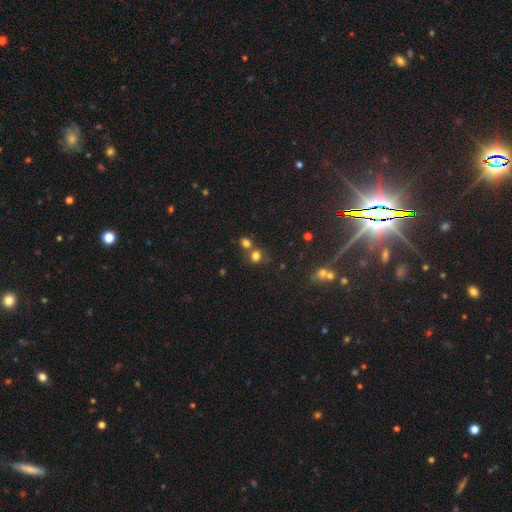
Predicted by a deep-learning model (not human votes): The model was most divided on "merging": none: 52%, merger: 37%, minor disturbance: 8%, major disturbance: 3%. More confident: how rounded — round (80%); smooth or featured — smooth (75%).